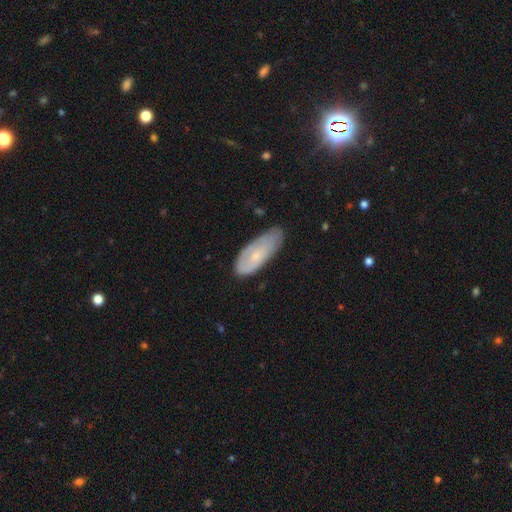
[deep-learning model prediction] Smooth or featured?
  - smooth: 54% *
  - featured or disk: 38%
  - star or artifact: 7%
How rounded?
  - in between: 75% *
  - cigar-shaped: 23%
  - round: 2%
Merging?
  - none: 62% *
  - minor disturbance: 29%
  - major disturbance: 7%
  - merger: 2%